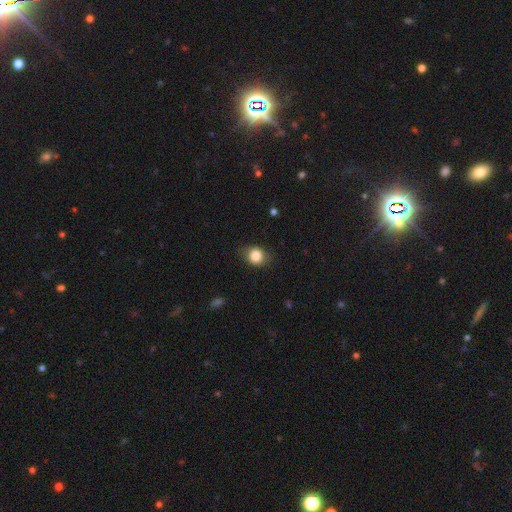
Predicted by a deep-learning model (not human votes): A smooth galaxy with no disk features (83%) that is round (56%).

Vote fractions:
- Smooth or featured? smooth: 83% / star or artifact: 9% / featured or disk: 8%
- How rounded? round: 56% / in between: 43% / cigar-shaped: 1%
- Merging? none: 78% / minor disturbance: 17% / major disturbance: 4% / merger: 1%